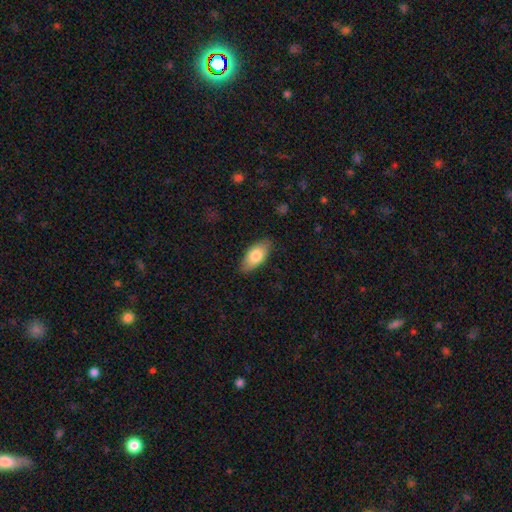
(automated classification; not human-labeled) A smooth galaxy with no disk features (80%) that is in between round and cigar-shaped (90%).

Vote fractions:
- Smooth or featured? smooth: 80% / featured or disk: 14% / star or artifact: 6%
- How rounded? in between: 90% / cigar-shaped: 7% / round: 3%
- Merging? none: 85% / minor disturbance: 12% / major disturbance: 2% / merger: 1%